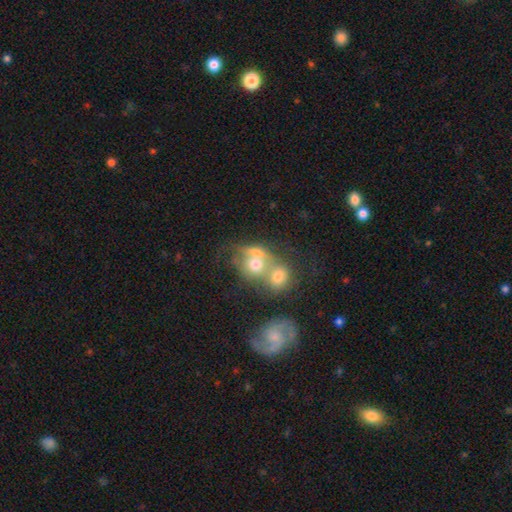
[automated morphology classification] smooth_or_featured: smooth (p=0.57) [alt: featured or disk p=0.29]
how_rounded: round (p=0.61) [alt: in between p=0.38]
merging: merger (p=0.66) [alt: none p=0.19]